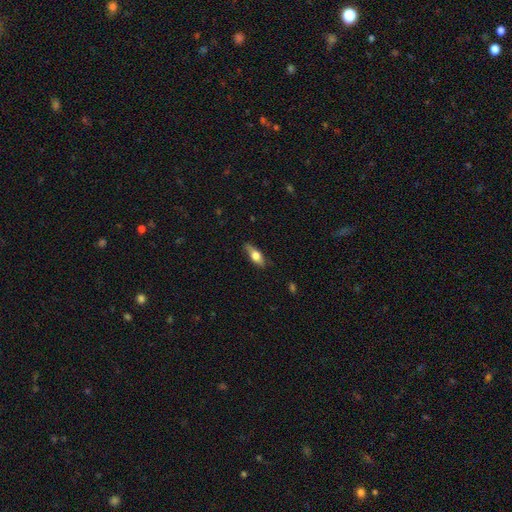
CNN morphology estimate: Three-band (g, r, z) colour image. It shows a smooth galaxy with no disk features (58%) that is in between round and cigar-shaped (62%). Merging: none (80%).